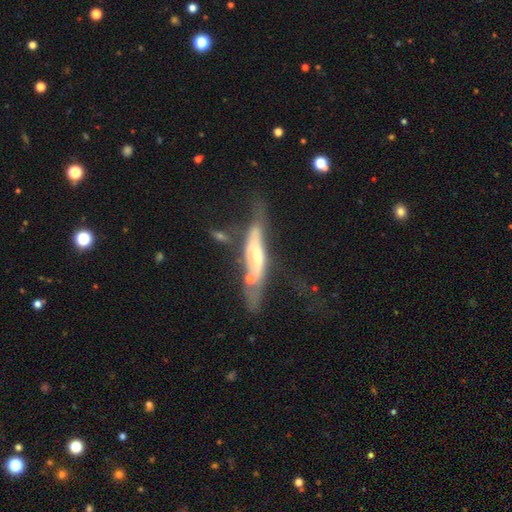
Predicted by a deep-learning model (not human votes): smooth_or_featured: featured or disk (p=0.61) [alt: smooth p=0.33]
disk_edge_on: yes (p=0.66) [alt: no p=0.34]
merging: none (p=0.34) [alt: major disturbance p=0.28]